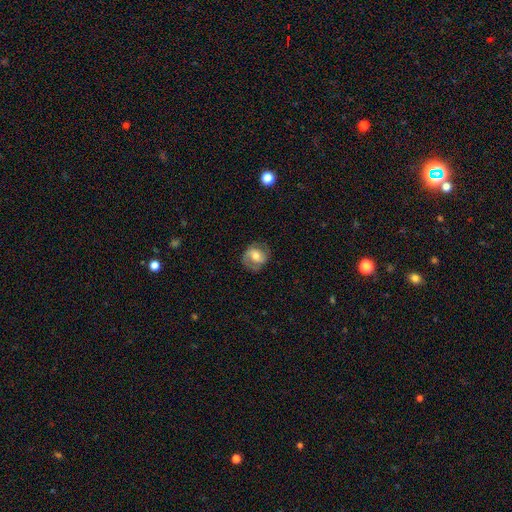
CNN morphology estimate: featured or disk 51%, smooth 41%, star or artifact 8%. Down the decision tree: edge-on disk — no (96%); merging — none (73%).